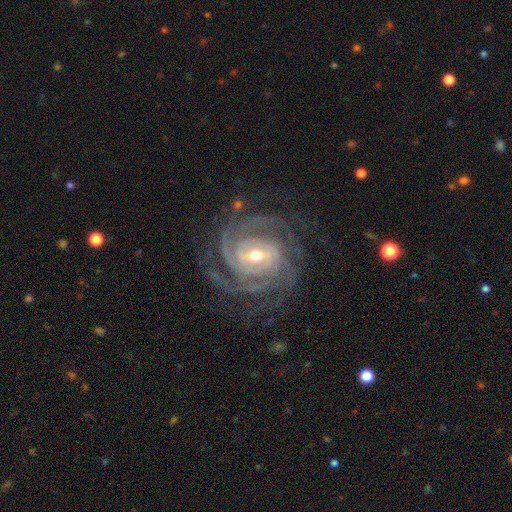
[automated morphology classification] smooth-or-featured: featured or disk: 93% | star or artifact: 4% | smooth: 3%
  disk-edge-on: no: 98% | yes: 2%
    bar: weak: 43% | strong: 36% | no: 21%
    has-spiral-arms: yes: 99% | no: 1%
      spiral-winding: tight: 77% | medium: 20% | loose: 2%
      spiral-arm-count: 3: 30% (tied) | 4: 30% (tied) | can't tell: 12% | 2: 12% | more than 4: 9% | 1: 6%
    bulge-size: moderate: 51% | small: 45% | large: 2% | none: 1% | dominant: 1%
  merging: none: 77% | minor disturbance: 14% | major disturbance: 8% | merger: 1%